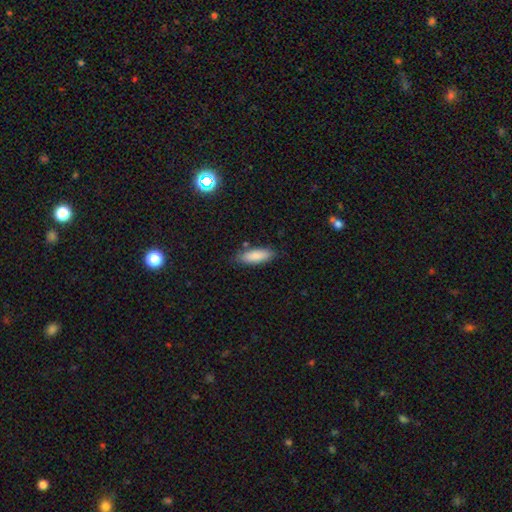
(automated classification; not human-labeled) Smooth or featured? smooth (87%)
How rounded? in between (65%)
Merging? none (81%)